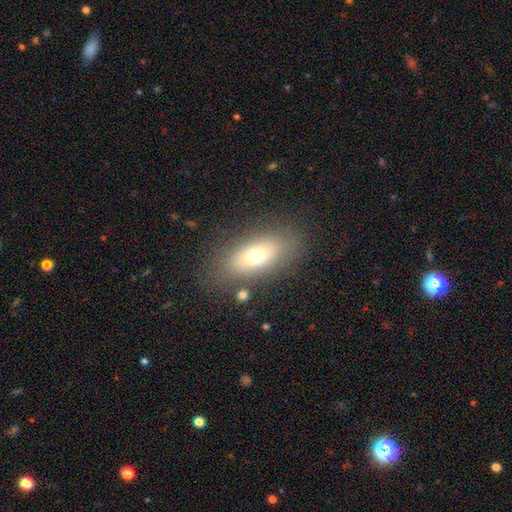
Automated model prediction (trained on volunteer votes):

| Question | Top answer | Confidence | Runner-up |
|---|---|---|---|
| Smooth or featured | smooth | 66% | featured or disk (23%) |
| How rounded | in between | 82% | cigar-shaped (12%) |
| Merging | none | 81% | minor disturbance (12%) |